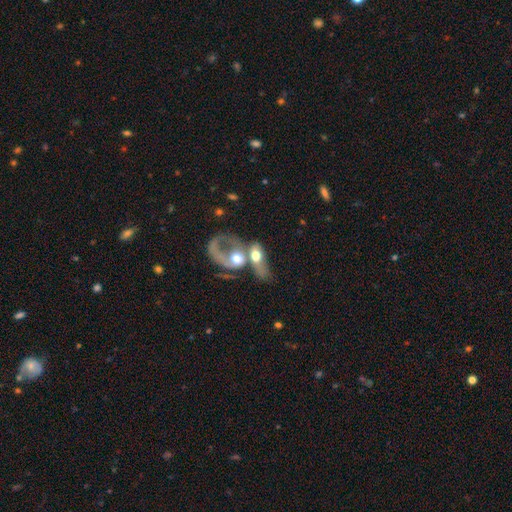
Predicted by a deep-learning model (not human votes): Smooth or featured: smooth — 50% (featured or disk — 42%)
Merging: merger — 66% (major disturbance — 15%)